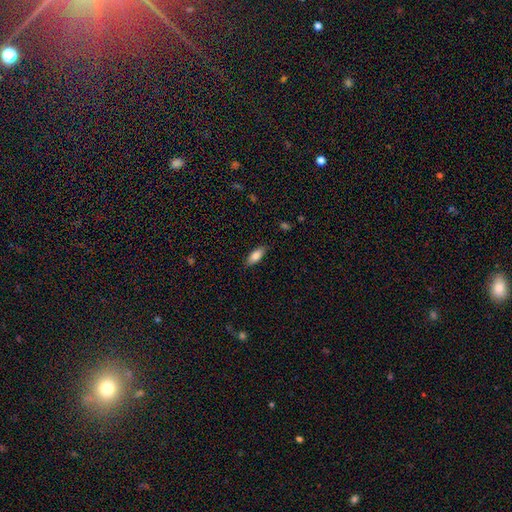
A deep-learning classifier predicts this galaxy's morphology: smooth-or-featured: smooth: 81% | featured or disk: 12% | star or artifact: 7%
  how-rounded: in between: 78% | cigar-shaped: 20% | round: 2%
  merging: none: 85% | minor disturbance: 12% | major disturbance: 2% | merger: 1%